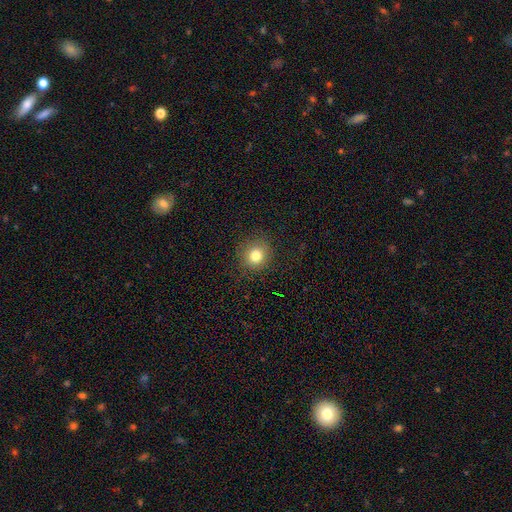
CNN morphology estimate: Q: Smooth or featured?
A: smooth (81%); runner-up: star or artifact (13%)
Q: How rounded?
A: round (88%); runner-up: in between (11%)
Q: Merging?
A: none (88%); runner-up: minor disturbance (8%)